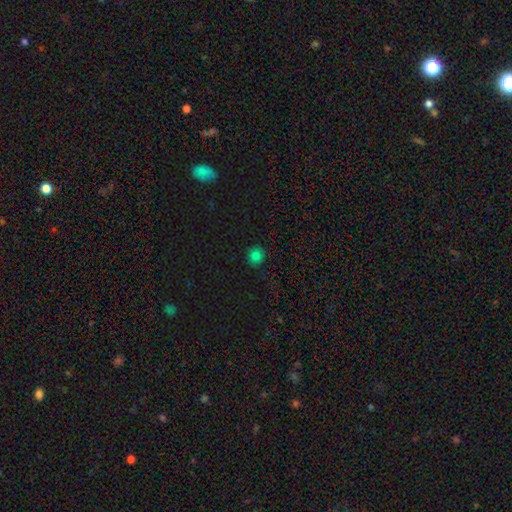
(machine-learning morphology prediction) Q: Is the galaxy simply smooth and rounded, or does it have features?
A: smooth — 80%.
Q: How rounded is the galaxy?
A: round — 89%.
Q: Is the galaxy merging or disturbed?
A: none — 90%.